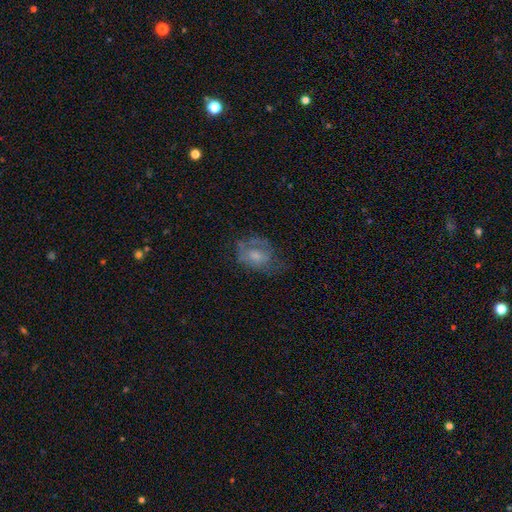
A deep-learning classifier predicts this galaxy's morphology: smooth_or_featured: featured or disk (p=0.48) [alt: smooth p=0.42]
merging: none (p=0.43) [alt: major disturbance p=0.28]